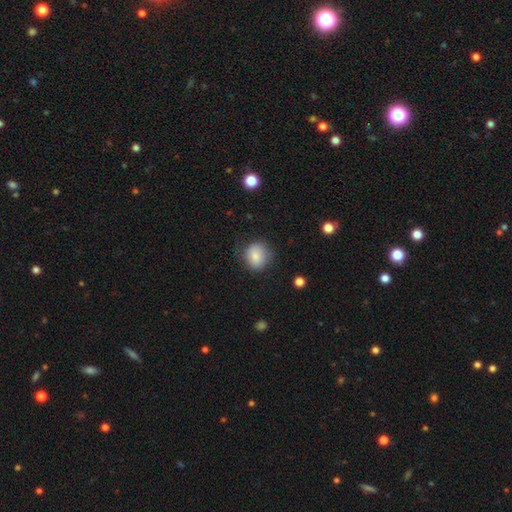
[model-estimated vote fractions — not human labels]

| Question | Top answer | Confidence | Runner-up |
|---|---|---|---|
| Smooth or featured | smooth | 79% | featured or disk (13%) |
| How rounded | round | 73% | in between (26%) |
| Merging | none | 67% | minor disturbance (22%) |